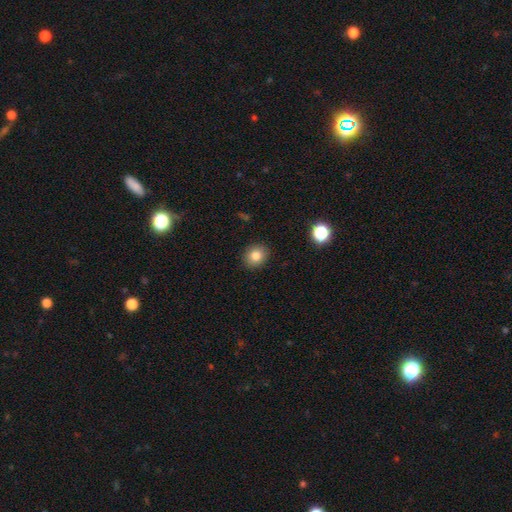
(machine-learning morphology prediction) Smooth or featured?
  - smooth: 82% *
  - star or artifact: 11%
  - featured or disk: 7%
How rounded?
  - round: 68% *
  - in between: 31%
  - cigar-shaped: 1%
Merging?
  - none: 90% *
  - minor disturbance: 7%
  - major disturbance: 2%
  - merger: 1%